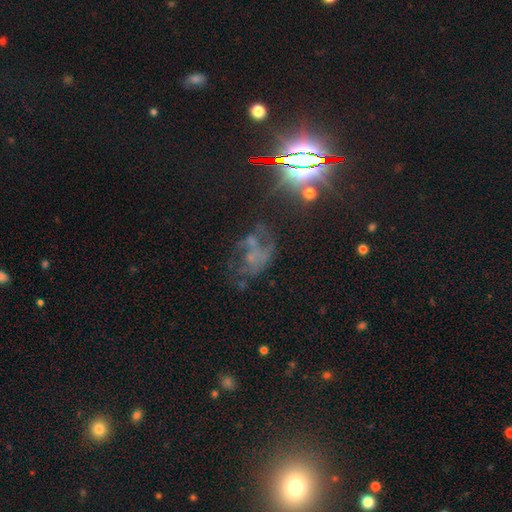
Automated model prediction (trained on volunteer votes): smooth_or_featured: featured or disk (p=0.47) [alt: star or artifact p=0.36]
merging: none (p=0.36) [alt: major disturbance p=0.35]